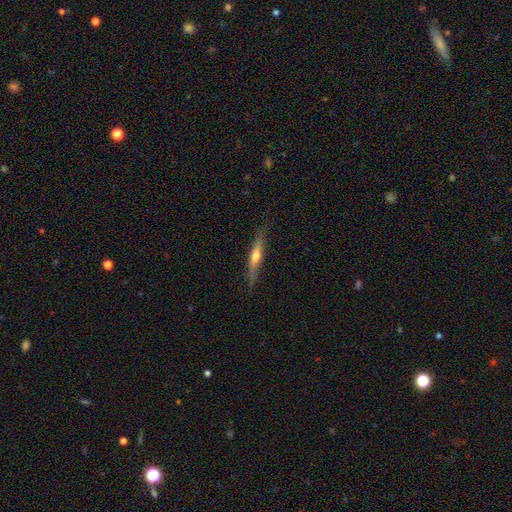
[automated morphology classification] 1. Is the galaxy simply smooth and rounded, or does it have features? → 59% featured or disk, 35% smooth, 6% star or artifact.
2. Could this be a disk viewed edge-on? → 95% yes, 5% no.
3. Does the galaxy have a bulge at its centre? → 82% rounded, 12% none, 5% boxy.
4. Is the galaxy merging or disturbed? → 81% none, 14% minor disturbance, 3% major disturbance, 1% merger.